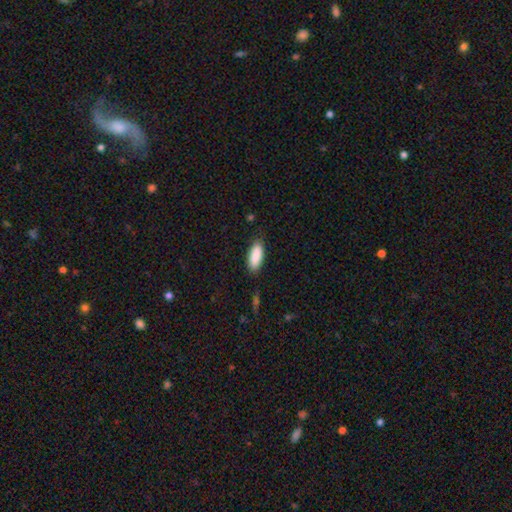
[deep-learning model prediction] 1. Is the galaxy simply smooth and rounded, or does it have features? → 89% smooth, 6% star or artifact, 5% featured or disk.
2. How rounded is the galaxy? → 78% in between, 21% cigar-shaped, 2% round.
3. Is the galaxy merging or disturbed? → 84% none, 12% minor disturbance, 3% major disturbance, 1% merger.